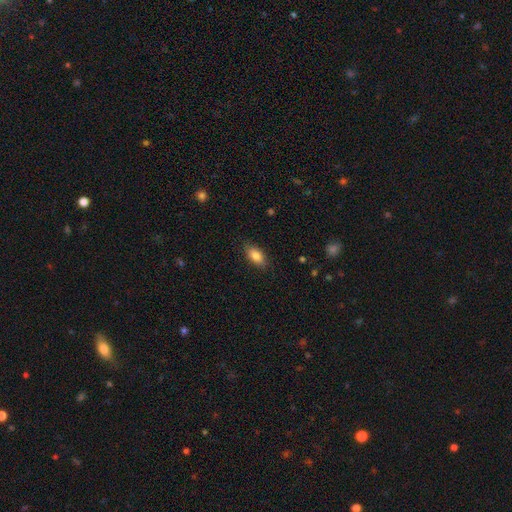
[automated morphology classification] smooth_or_featured: smooth (p=0.85) [alt: featured or disk p=0.08]
how_rounded: in between (p=0.90) [alt: cigar-shaped p=0.06]
merging: none (p=0.85) [alt: minor disturbance p=0.11]